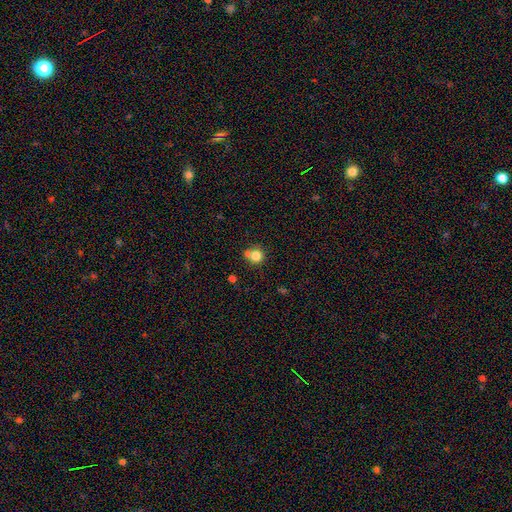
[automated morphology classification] A smooth galaxy with no disk features (80%) that is round (88%).

Vote fractions:
- Smooth or featured? smooth: 80% / star or artifact: 11% / featured or disk: 9%
- How rounded? round: 88% / in between: 11% / cigar-shaped: 1%
- Merging? none: 55% / merger: 26% / minor disturbance: 14% / major disturbance: 5%